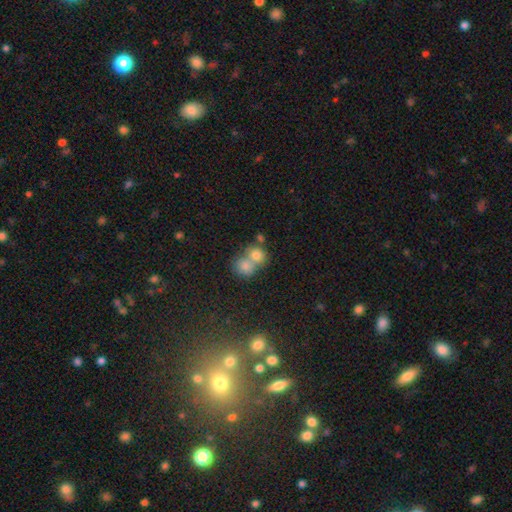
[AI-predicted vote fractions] The model was most divided on "merging": merger: 63%, none: 29%, minor disturbance: 6%, major disturbance: 3%. More confident: smooth or featured — smooth (77%); how rounded — round (74%).